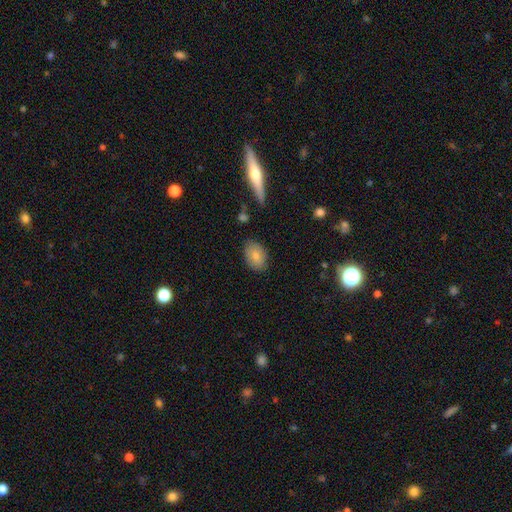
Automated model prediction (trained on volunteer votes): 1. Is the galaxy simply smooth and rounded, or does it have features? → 82% smooth, 10% featured or disk, 8% star or artifact.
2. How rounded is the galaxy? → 83% in between, 16% round, 1% cigar-shaped.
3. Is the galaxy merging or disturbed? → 82% none, 13% minor disturbance, 3% major disturbance, 2% merger.